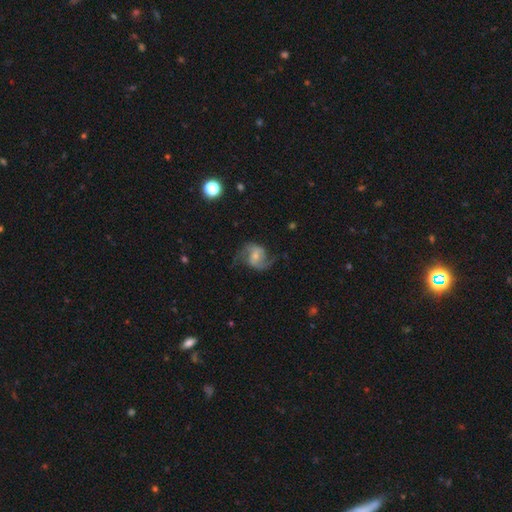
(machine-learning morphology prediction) Overall: featured or disk (82%). Edge-on disk: no (98%). Bar: weak (45%; no 38%). Spiral arms: yes (95%). Spiral arm count: 2 (92%). Spiral winding: loose (49%; medium 42%). Bulge size: small (50%; moderate 40%). Merging: none (70%).